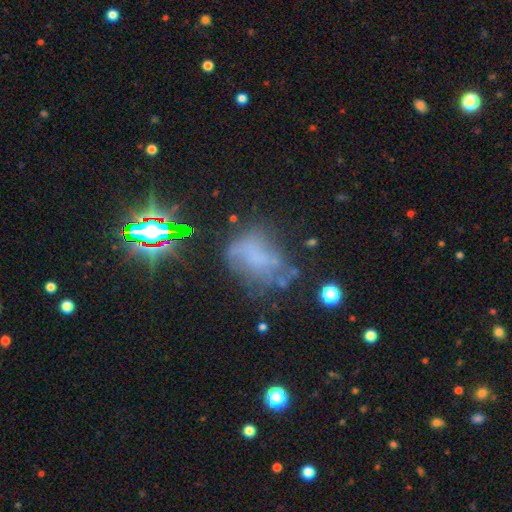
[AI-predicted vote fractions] smooth_or_featured: smooth (p=0.39) [alt: featured or disk p=0.34]
merging: none (p=0.40) [alt: major disturbance p=0.28]